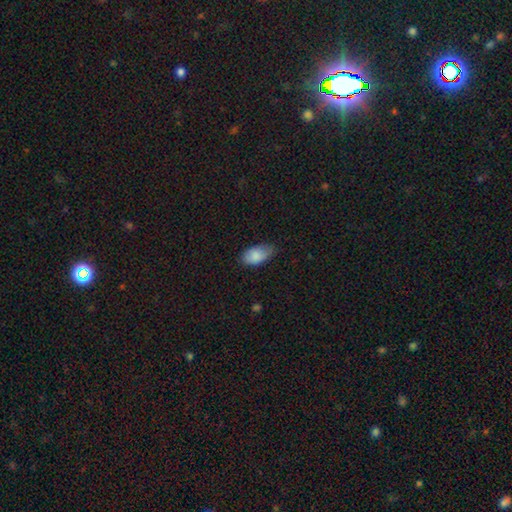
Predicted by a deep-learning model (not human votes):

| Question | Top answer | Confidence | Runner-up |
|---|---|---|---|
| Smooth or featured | smooth | 87% | featured or disk (7%) |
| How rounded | in between | 94% | round (4%) |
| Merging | none | 62% | minor disturbance (32%) |